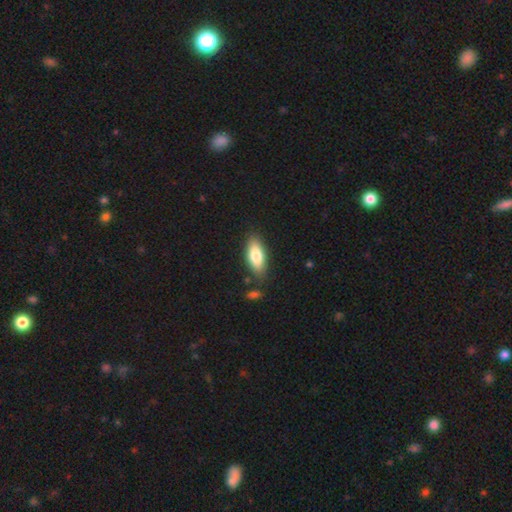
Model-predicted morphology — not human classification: Smooth or featured?
  - smooth: 78% *
  - featured or disk: 16%
  - star or artifact: 6%
How rounded?
  - in between: 78% *
  - cigar-shaped: 19%
  - round: 3%
Merging?
  - none: 82% *
  - minor disturbance: 12%
  - merger: 4%
  - major disturbance: 3%